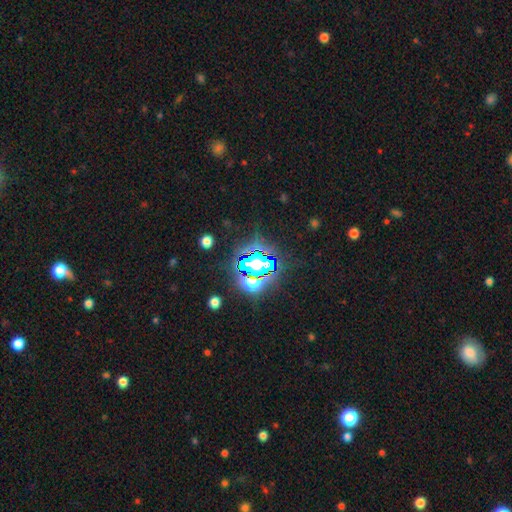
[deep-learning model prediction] smooth-or-featured: star or artifact: 80% | smooth: 12% | featured or disk: 8%